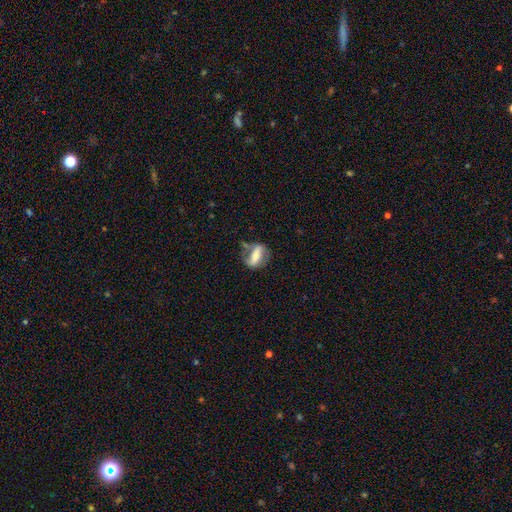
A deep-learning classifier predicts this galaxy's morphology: Smooth or featured?
  - featured or disk: 54% *
  - smooth: 37%
  - star or artifact: 8%
Edge-on disk?
  - no: 83% *
  - yes: 17%
Merging?
  - none: 56% *
  - minor disturbance: 23%
  - major disturbance: 14%
  - merger: 7%